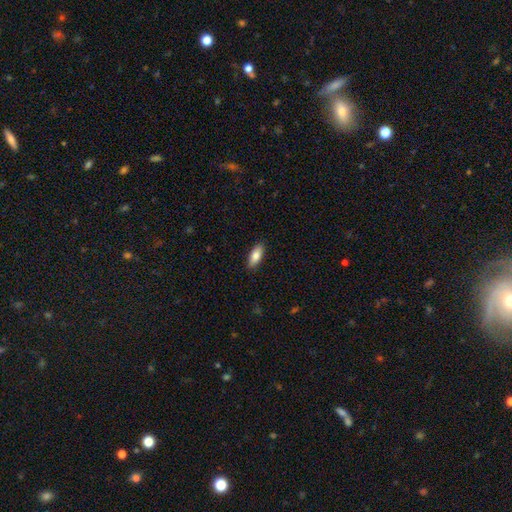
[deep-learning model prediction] Morphology: type=smooth (81%); roundness=in between (77%); merging=none (90%).